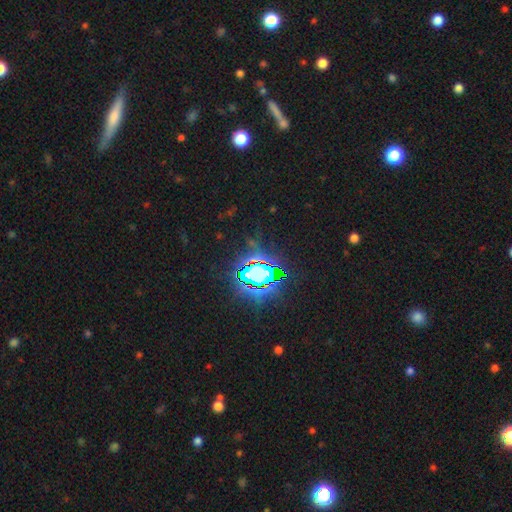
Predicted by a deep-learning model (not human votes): star or artifact 81%, smooth 11%, featured or disk 8%.